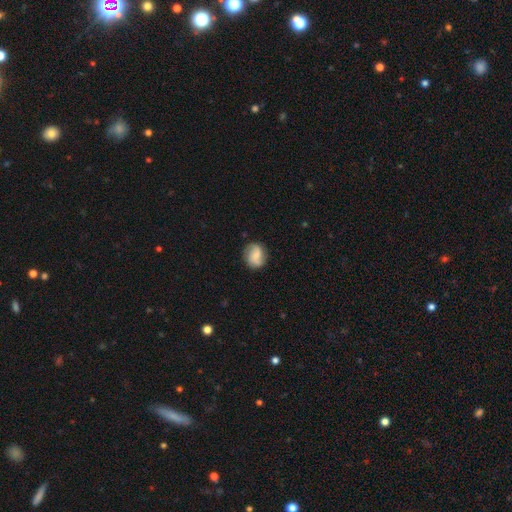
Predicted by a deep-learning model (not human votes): Smooth or featured? Predicted: smooth (p=0.48). Merging? Predicted: none (p=0.79).